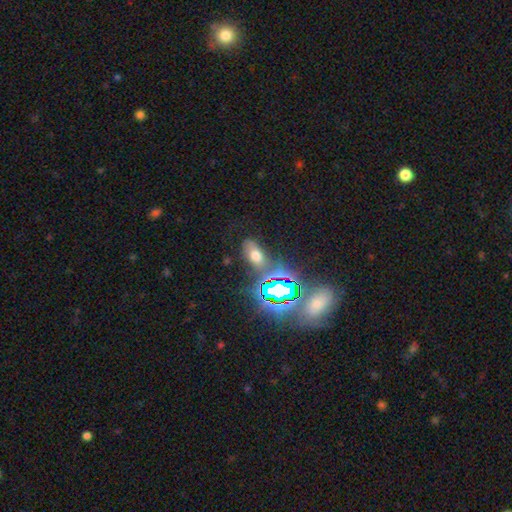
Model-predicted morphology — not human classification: smooth 51%, star or artifact 32%, featured or disk 17%. Down the decision tree: how rounded — in between (86%); merging — none (65%).